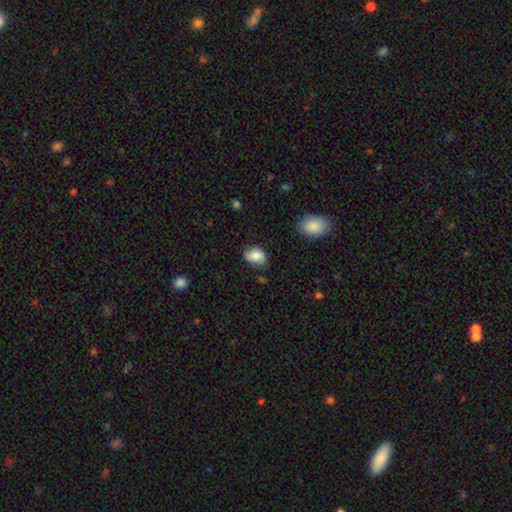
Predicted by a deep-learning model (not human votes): Smooth or featured? Predicted: smooth (p=0.80). How rounded? Predicted: in between (p=0.67). Merging? Predicted: none (p=0.68).